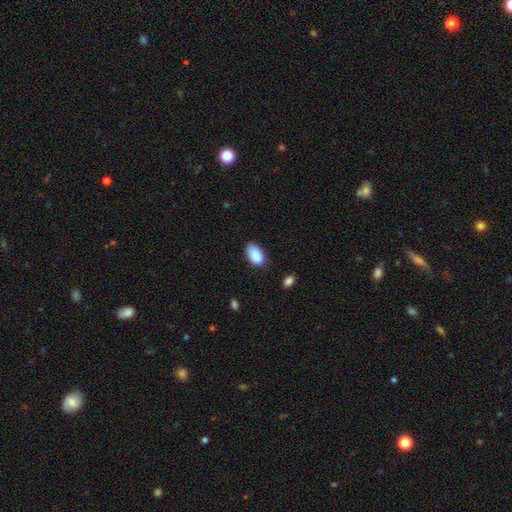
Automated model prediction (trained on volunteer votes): Smooth or featured?
  - smooth: 88% *
  - star or artifact: 7%
  - featured or disk: 5%
How rounded?
  - in between: 94% *
  - round: 5%
  - cigar-shaped: 2%
Merging?
  - none: 69% *
  - minor disturbance: 24%
  - major disturbance: 4%
  - merger: 2%